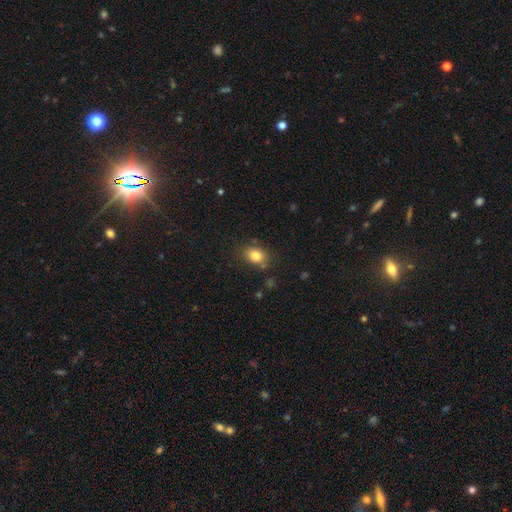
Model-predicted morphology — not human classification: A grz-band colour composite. It shows a smooth galaxy with no disk features (83%) that is in between round and cigar-shaped (68%). Merging: none (80%).